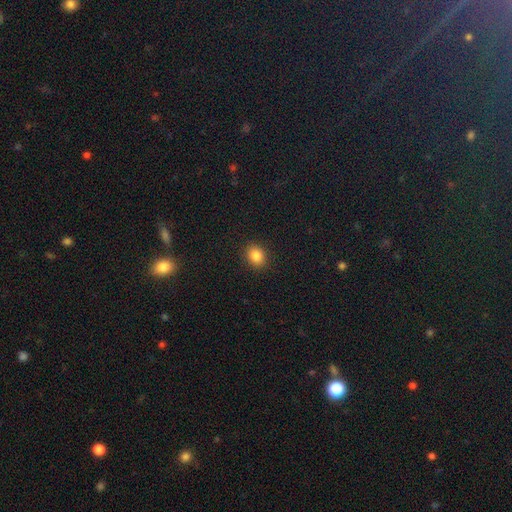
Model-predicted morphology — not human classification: smooth_or_featured: smooth (p=0.84) [alt: star or artifact p=0.11]
how_rounded: round (p=0.62) [alt: in between p=0.37]
merging: none (p=0.90) [alt: minor disturbance p=0.06]